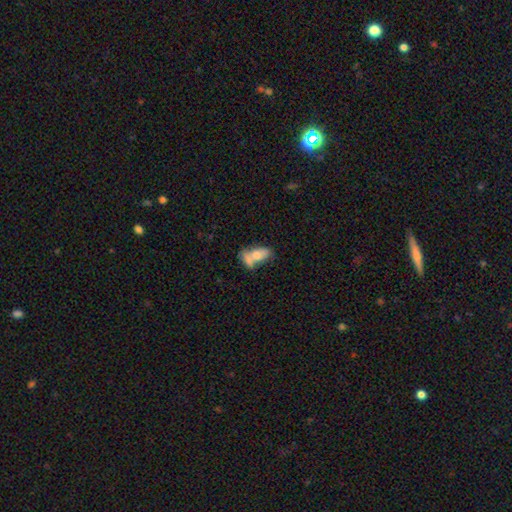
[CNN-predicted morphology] Smooth or featured?
  - smooth: 69% *
  - featured or disk: 23%
  - star or artifact: 8%
How rounded?
  - in between: 86% *
  - round: 7%
  - cigar-shaped: 7%
Merging?
  - merger: 52% *
  - none: 25%
  - minor disturbance: 13%
  - major disturbance: 9%